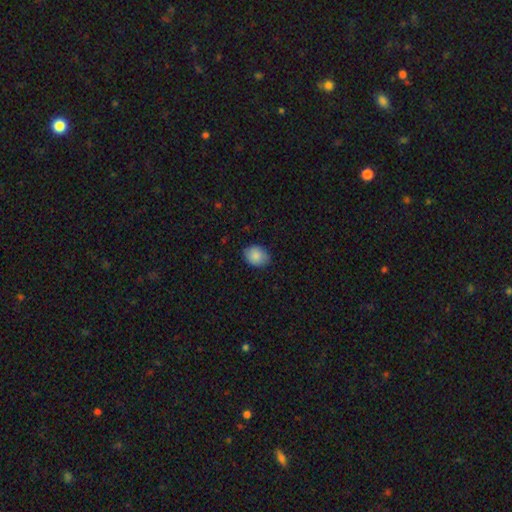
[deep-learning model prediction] Smooth or featured?
  - smooth: 87% *
  - star or artifact: 7%
  - featured or disk: 6%
How rounded?
  - in between: 56% *
  - round: 43%
  - cigar-shaped: 1%
Merging?
  - none: 80% *
  - minor disturbance: 17%
  - major disturbance: 3%
  - merger: 1%